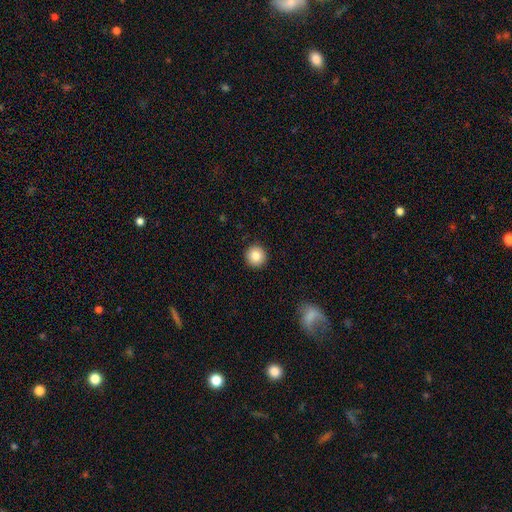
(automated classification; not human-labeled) A smooth galaxy with no disk features (84%) that is round (94%). Merging: none (92%).